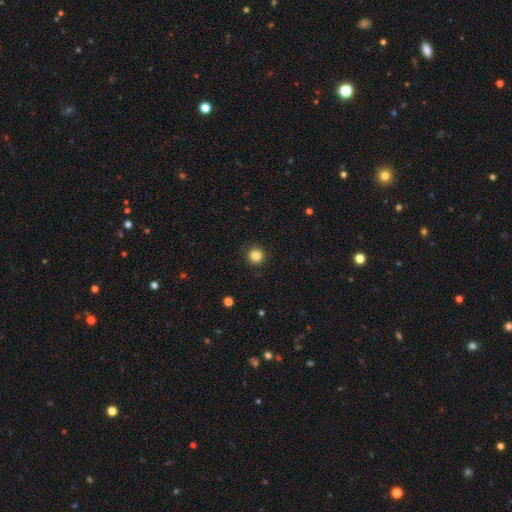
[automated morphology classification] A smooth galaxy with no disk features (84%) that is round (95%).

Vote fractions:
- Smooth or featured? smooth: 84% / star or artifact: 11% / featured or disk: 4%
- How rounded? round: 95% / in between: 4% / cigar-shaped: 1%
- Merging? none: 91% / minor disturbance: 6% / major disturbance: 2% / merger: 1%